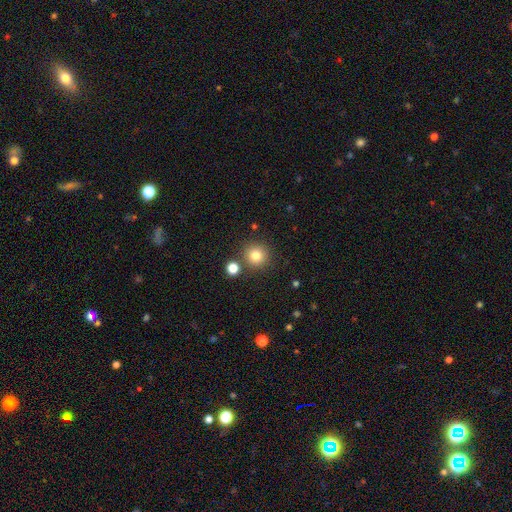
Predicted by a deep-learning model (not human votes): A smooth galaxy with no disk features (81%) that is round (94%). Merging: none (82%).